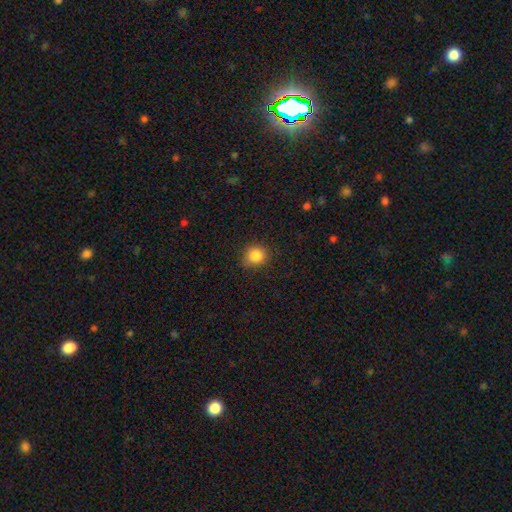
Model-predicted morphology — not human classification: A smooth galaxy with no disk features (85%) that is round (78%).

Vote fractions:
- Smooth or featured? smooth: 85% / star or artifact: 10% / featured or disk: 5%
- How rounded? round: 78% / in between: 21% / cigar-shaped: 1%
- Merging? none: 82% / minor disturbance: 14% / major disturbance: 3% / merger: 1%